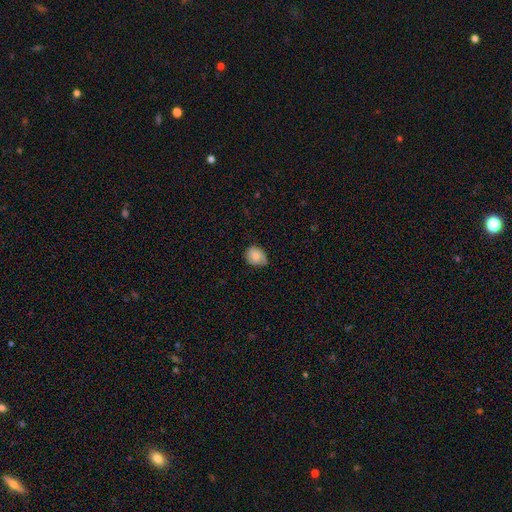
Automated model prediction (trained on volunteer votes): This is likely a smooth galaxy (69%). How rounded: possibly round (58%). Merging: possibly none (55%).